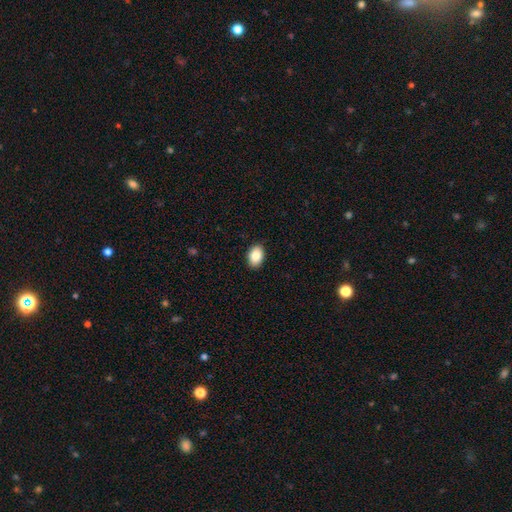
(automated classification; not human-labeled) Morphology: type=smooth (86%); roundness=in between (83%); merging=none (90%).